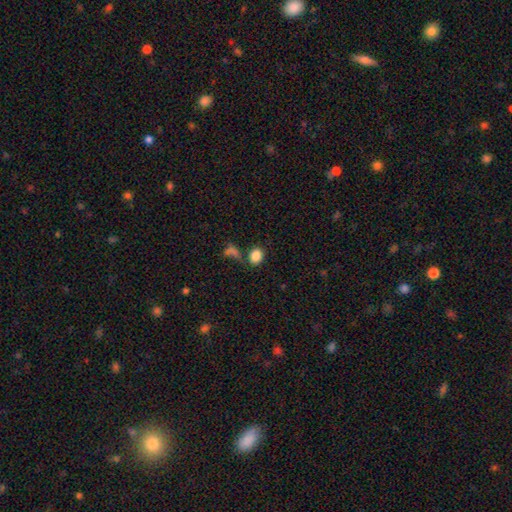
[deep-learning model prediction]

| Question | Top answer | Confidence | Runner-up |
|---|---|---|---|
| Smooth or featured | smooth | 85% | star or artifact (10%) |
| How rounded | in between | 58% | round (40%) |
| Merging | none | 69% | merger (13%) |